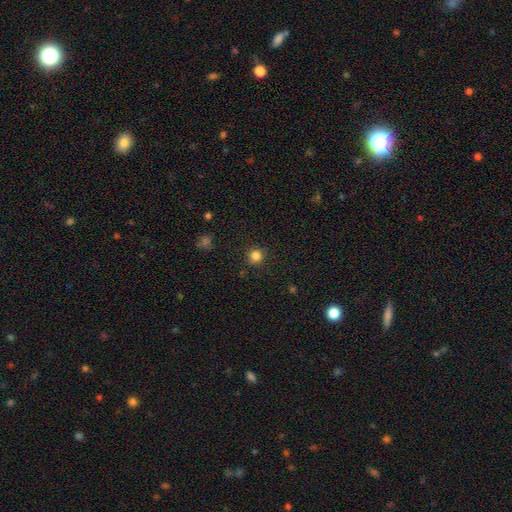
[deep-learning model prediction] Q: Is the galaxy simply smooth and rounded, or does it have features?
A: smooth — 83%.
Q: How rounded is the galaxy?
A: round — 93%.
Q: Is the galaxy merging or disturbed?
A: none — 89%.